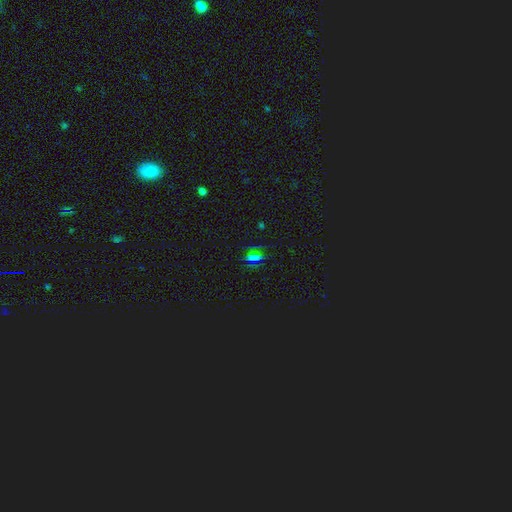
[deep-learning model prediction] Morphology: type=star or artifact (50%).